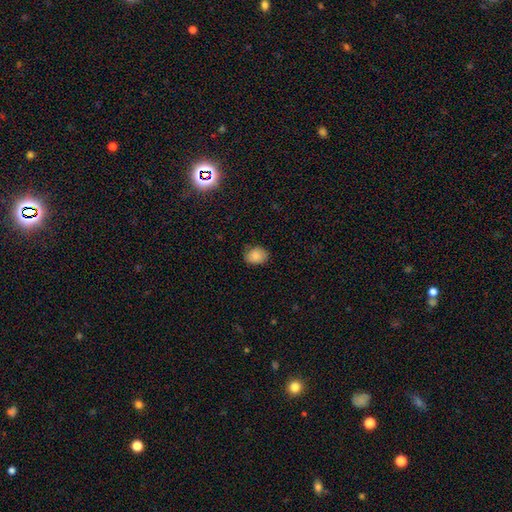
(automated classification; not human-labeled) Smooth or featured? Predicted: smooth (p=0.85). How rounded? Predicted: in between (p=0.56). Merging? Predicted: none (p=0.78).